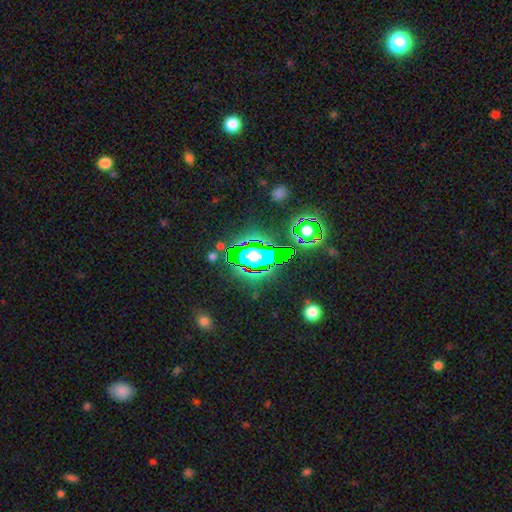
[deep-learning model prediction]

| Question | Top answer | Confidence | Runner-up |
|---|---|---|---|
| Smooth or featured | star or artifact | 69% | smooth (17%) |